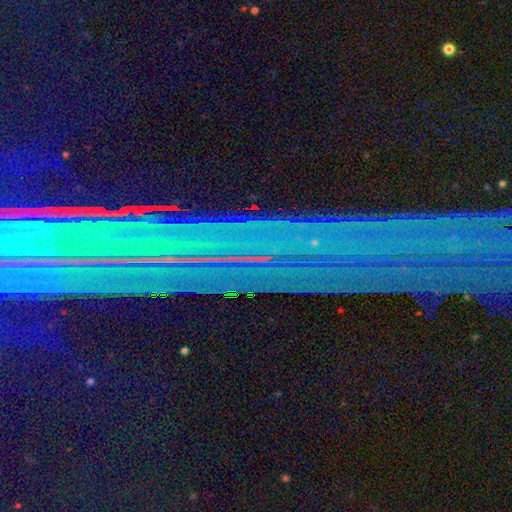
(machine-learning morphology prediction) A star or artifact, not a galaxy (82%).

Vote fractions:
- Smooth or featured? star or artifact: 82% / featured or disk: 10% / smooth: 8%